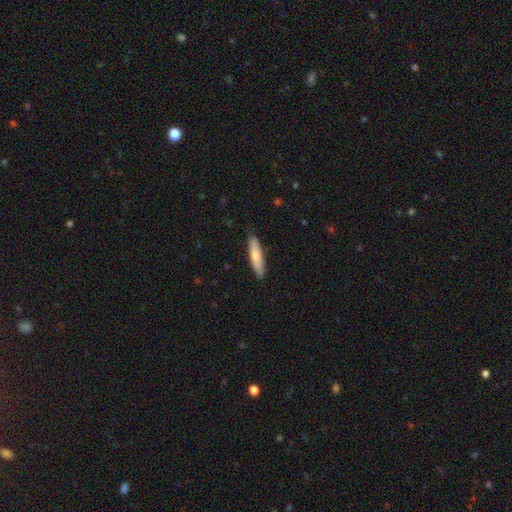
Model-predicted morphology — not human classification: Q: Smooth or featured?
A: smooth (70%); runner-up: featured or disk (25%)
Q: How rounded?
A: cigar-shaped (72%); runner-up: in between (27%)
Q: Merging?
A: none (86%); runner-up: minor disturbance (12%)